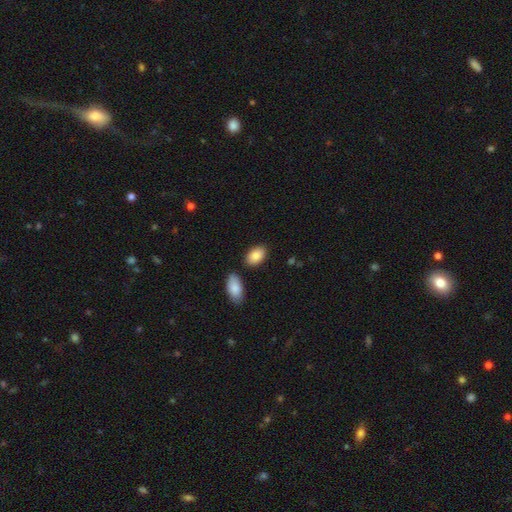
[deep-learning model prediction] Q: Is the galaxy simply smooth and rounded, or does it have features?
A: smooth — 87%.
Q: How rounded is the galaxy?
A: in between — 92%.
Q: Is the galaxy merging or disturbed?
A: none — 80%.